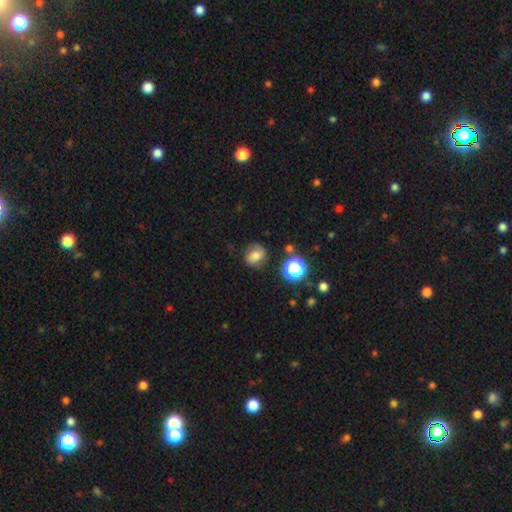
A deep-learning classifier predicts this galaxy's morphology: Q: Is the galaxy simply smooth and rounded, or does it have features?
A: smooth — 69%.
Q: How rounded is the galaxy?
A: round — 61%.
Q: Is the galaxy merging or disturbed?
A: none — 74%.